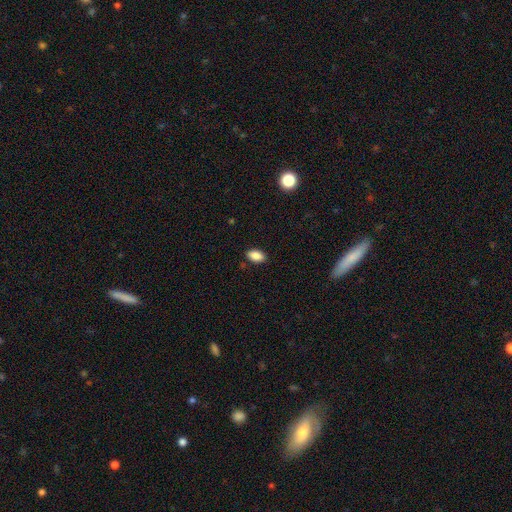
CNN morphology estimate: Smooth or featured: smooth — 88% (star or artifact — 8%)
How rounded: in between — 92% (round — 5%)
Merging: none — 87% (minor disturbance — 10%)